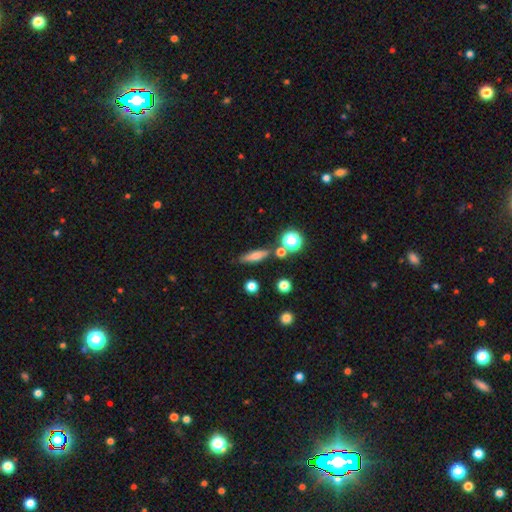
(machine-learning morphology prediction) Smooth or featured? smooth (57%)
How rounded? cigar-shaped (57%)
Merging? none (78%)